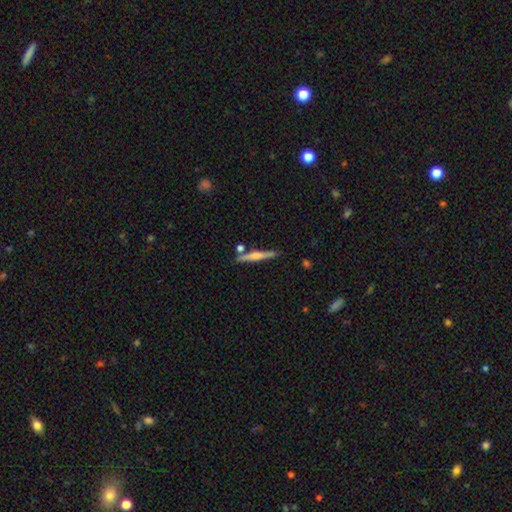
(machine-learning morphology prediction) Smooth or featured? featured or disk (47%, tied with smooth)
Merging? none (80%)